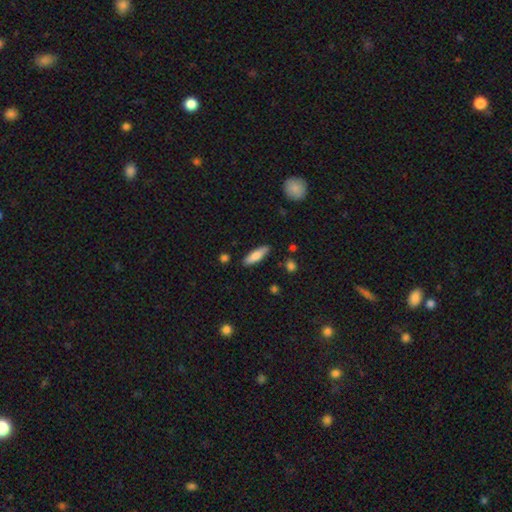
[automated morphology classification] smooth_or_featured: smooth (p=0.75) [alt: featured or disk p=0.19]
how_rounded: cigar-shaped (p=0.54) [alt: in between p=0.44]
merging: none (p=0.85) [alt: minor disturbance p=0.10]